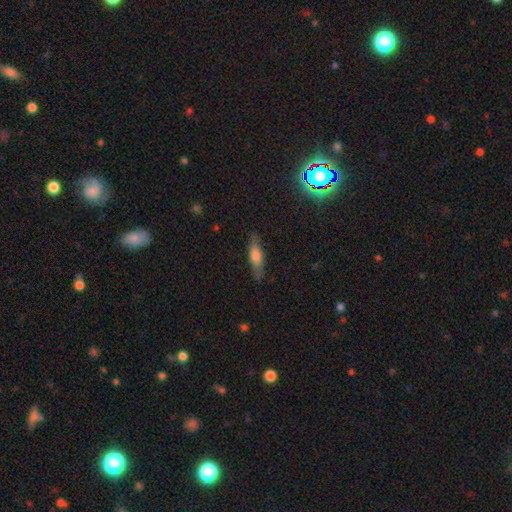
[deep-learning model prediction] The model was most divided on "smooth or featured": smooth: 54%, featured or disk: 39%, star or artifact: 7%. More confident: merging — none (81%); how rounded — cigar-shaped (60%).